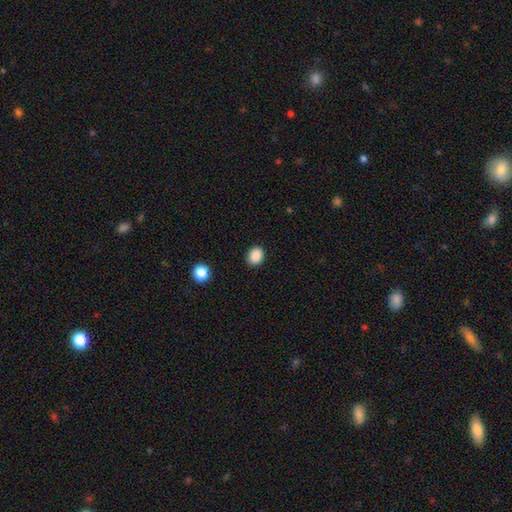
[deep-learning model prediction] Smooth or featured? smooth (88%)
How rounded? in between (50%)
Merging? none (89%)